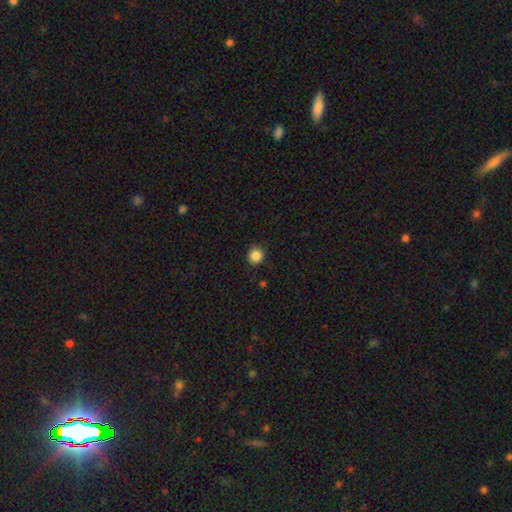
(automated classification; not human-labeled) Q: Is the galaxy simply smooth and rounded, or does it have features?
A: smooth — 86%.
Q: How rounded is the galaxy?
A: round — 92%.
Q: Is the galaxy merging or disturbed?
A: none — 86%.